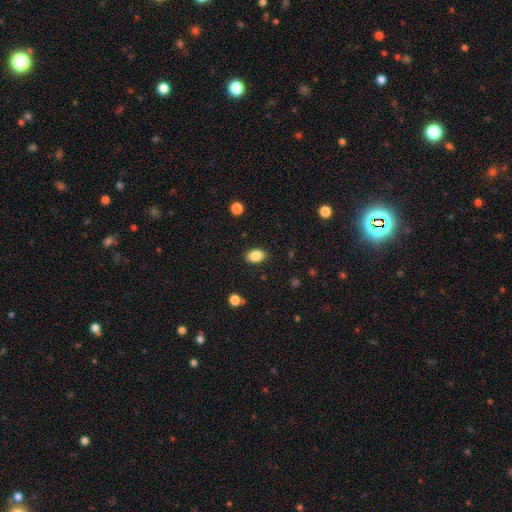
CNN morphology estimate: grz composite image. It shows a smooth galaxy with no disk features (87%) that is in between round and cigar-shaped (83%). Merging: none (87%).